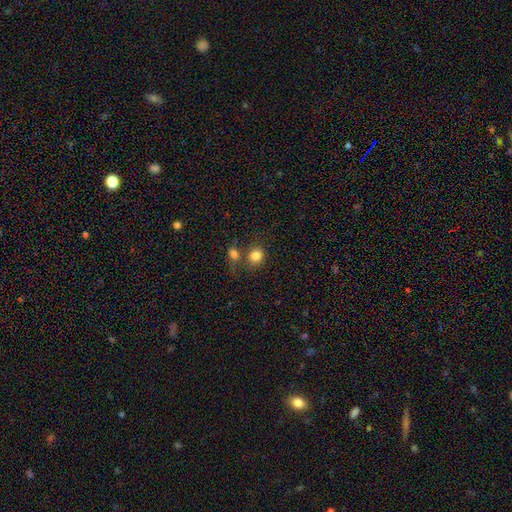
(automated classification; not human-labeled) smooth 83%, star or artifact 10%, featured or disk 6%. Down the decision tree: how rounded — round (71%); merging — none (59%).